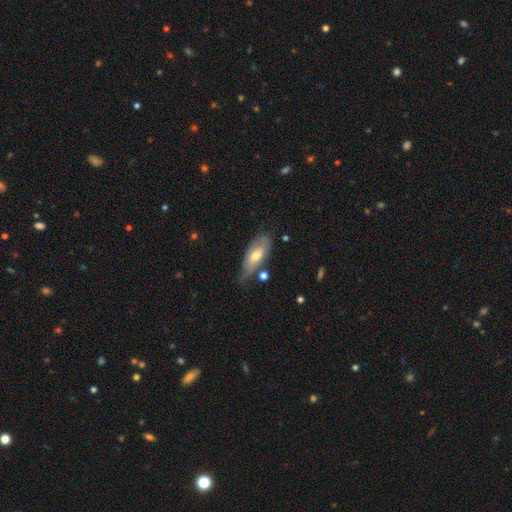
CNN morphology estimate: Smooth or featured: smooth — 50% (featured or disk — 44%)
Merging: none — 51% (minor disturbance — 33%)